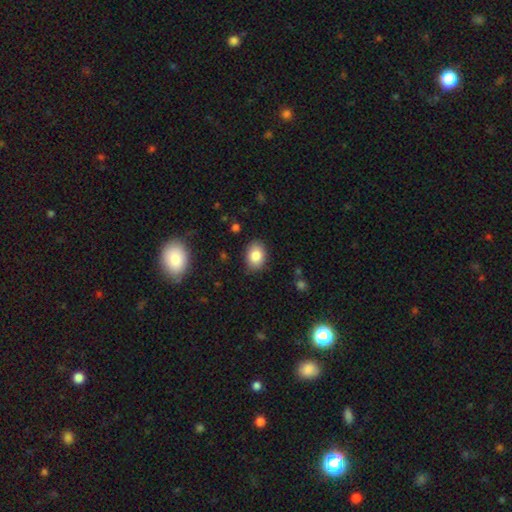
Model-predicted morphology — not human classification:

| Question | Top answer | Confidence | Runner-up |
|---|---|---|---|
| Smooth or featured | smooth | 83% | star or artifact (9%) |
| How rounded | in between | 76% | round (23%) |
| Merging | none | 86% | minor disturbance (10%) |